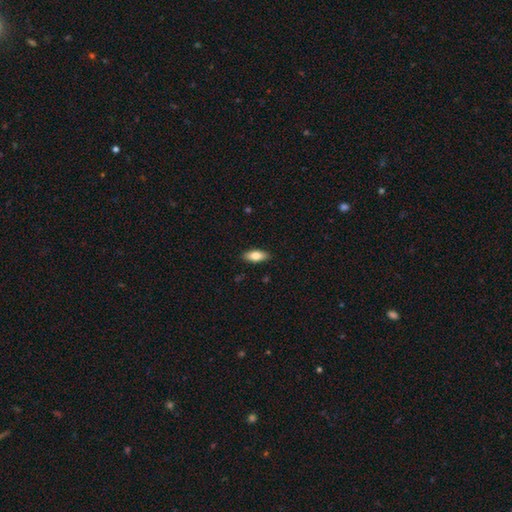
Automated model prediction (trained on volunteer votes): The model was most divided on "smooth or featured": smooth: 80%, featured or disk: 14%, star or artifact: 6%. More confident: merging — none (89%); how rounded — in between (83%).